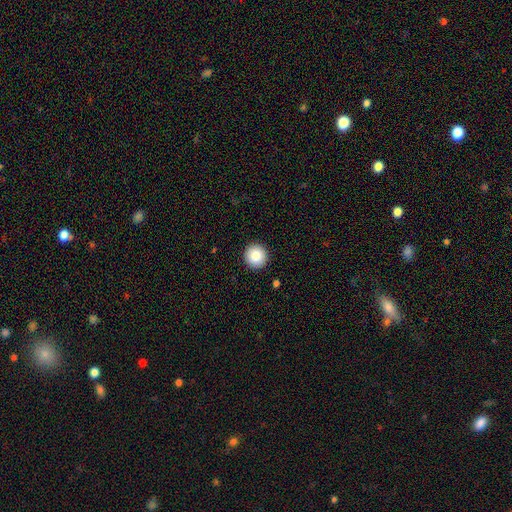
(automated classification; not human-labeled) smooth_or_featured: smooth (p=0.85) [alt: star or artifact p=0.09]
how_rounded: round (p=0.95) [alt: in between p=0.04]
merging: none (p=0.93) [alt: minor disturbance p=0.05]